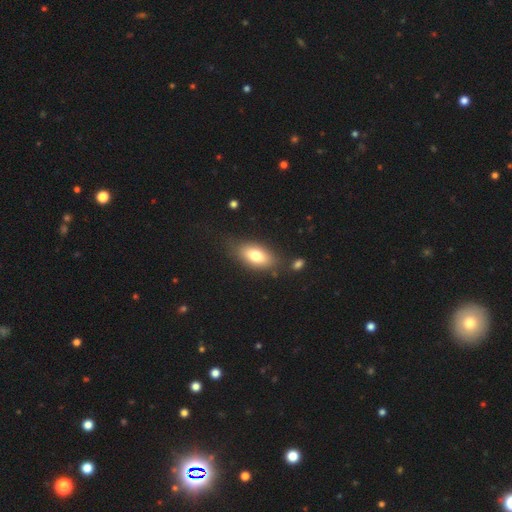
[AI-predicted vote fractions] Smooth or featured? smooth (77%)
How rounded? in between (89%)
Merging? none (77%)